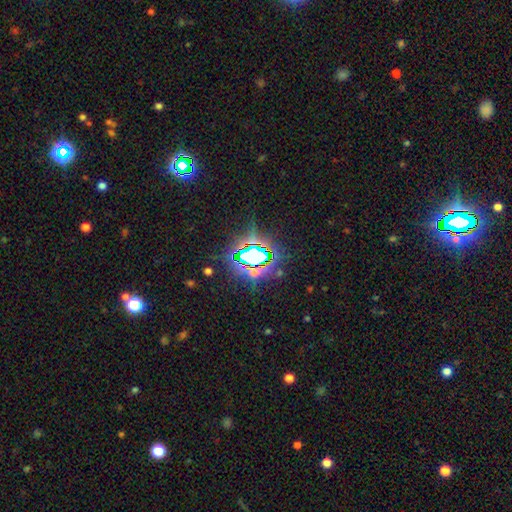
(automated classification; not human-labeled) Smooth or featured? star or artifact (73%)